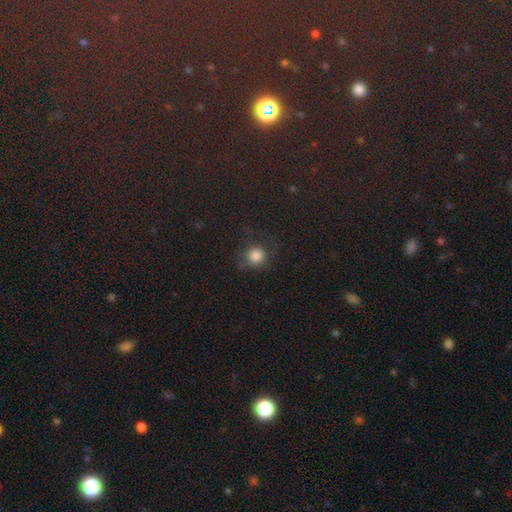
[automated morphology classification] smooth-or-featured: smooth: 81% | star or artifact: 13% | featured or disk: 6%
  how-rounded: round: 90% | in between: 9% | cigar-shaped: 1%
  merging: none: 75% | minor disturbance: 15% | major disturbance: 8% | merger: 2%